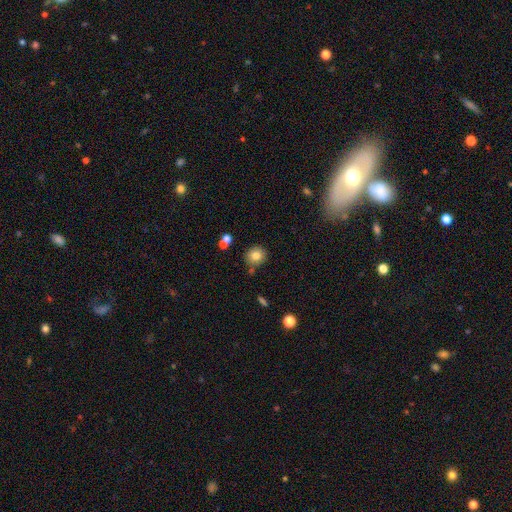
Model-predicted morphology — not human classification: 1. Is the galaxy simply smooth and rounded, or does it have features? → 80% smooth, 11% star or artifact, 9% featured or disk.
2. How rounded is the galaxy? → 85% round, 14% in between, 1% cigar-shaped.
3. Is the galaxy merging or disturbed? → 78% none, 11% minor disturbance, 8% merger, 3% major disturbance.